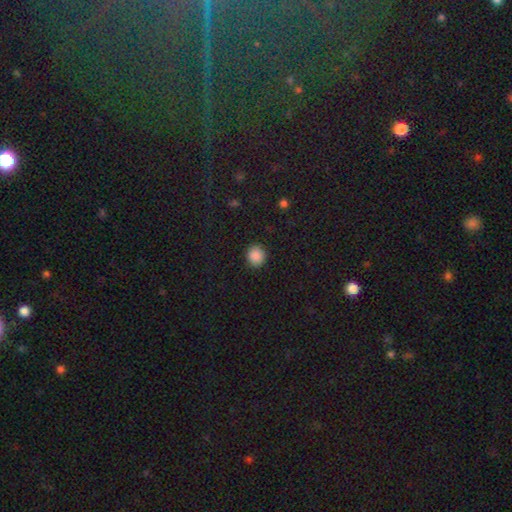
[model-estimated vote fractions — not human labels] Overall: smooth (88%). How rounded: round (84%). Merging: none (90%).